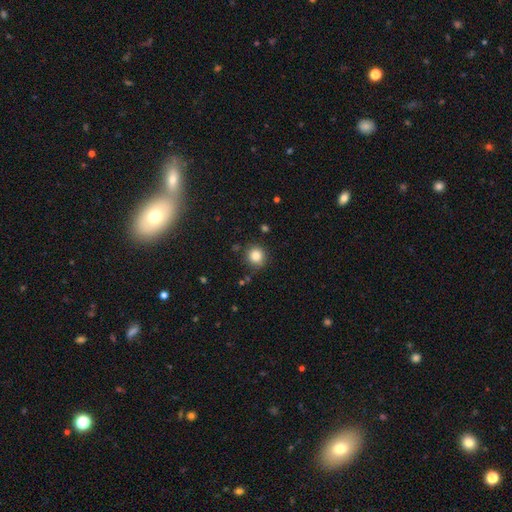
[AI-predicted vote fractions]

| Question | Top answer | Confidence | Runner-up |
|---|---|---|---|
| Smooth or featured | smooth | 84% | star or artifact (11%) |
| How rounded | round | 91% | in between (8%) |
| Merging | none | 85% | minor disturbance (10%) |